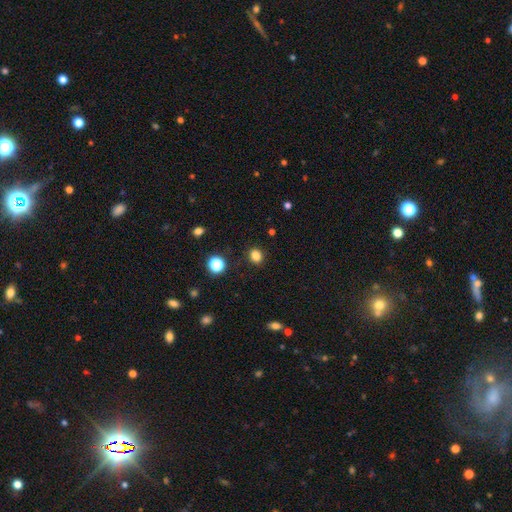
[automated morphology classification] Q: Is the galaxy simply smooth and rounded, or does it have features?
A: smooth — 83%.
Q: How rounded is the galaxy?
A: round — 63%.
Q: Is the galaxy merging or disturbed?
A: none — 88%.